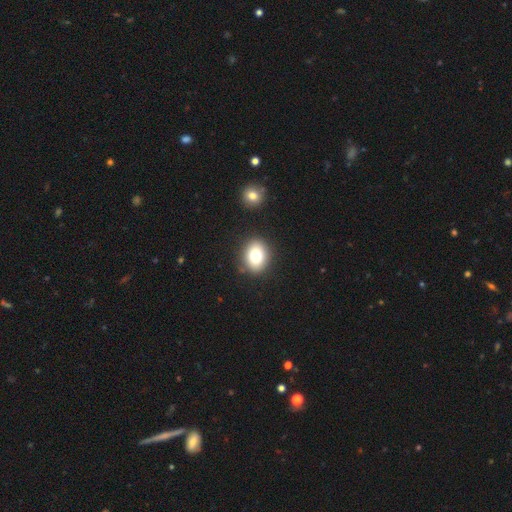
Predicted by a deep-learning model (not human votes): smooth_or_featured: smooth (p=0.78) [alt: featured or disk p=0.12]
how_rounded: in between (p=0.55) [alt: round p=0.44]
merging: none (p=0.85) [alt: minor disturbance p=0.09]